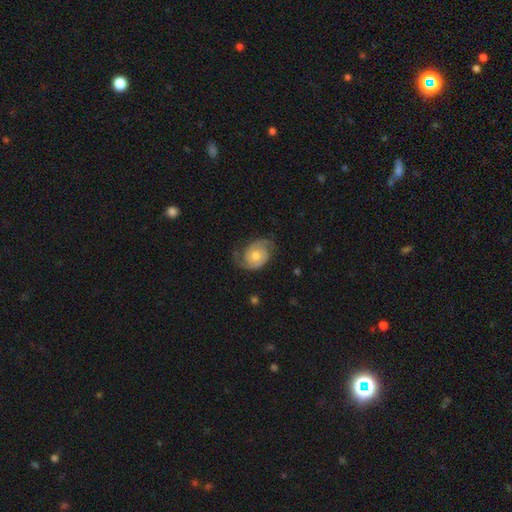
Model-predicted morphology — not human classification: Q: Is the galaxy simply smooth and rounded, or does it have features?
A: featured or disk — 80%.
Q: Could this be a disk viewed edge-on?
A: no — 97%.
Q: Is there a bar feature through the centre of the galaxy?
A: no — 74%.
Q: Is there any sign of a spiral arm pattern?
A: yes — 94%.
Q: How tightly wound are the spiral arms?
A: tight — 47%.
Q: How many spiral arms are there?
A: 2 — 83%.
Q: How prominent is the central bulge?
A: moderate — 68%.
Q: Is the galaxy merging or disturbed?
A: none — 69%.